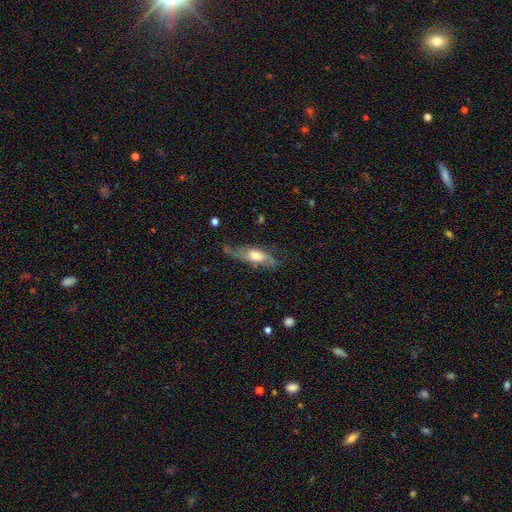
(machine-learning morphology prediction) This is likely a featured or disk galaxy (64%). It is likely not viewed edge-on (75%). Merging: possibly none (50%).